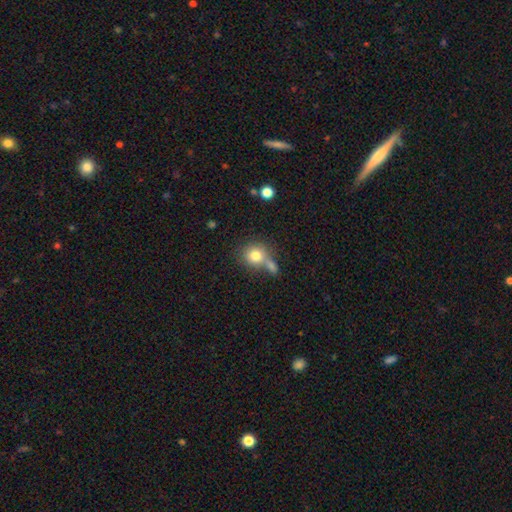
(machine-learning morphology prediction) A smooth galaxy with no disk features (79%) that is round (85%). Merging: none (48%).